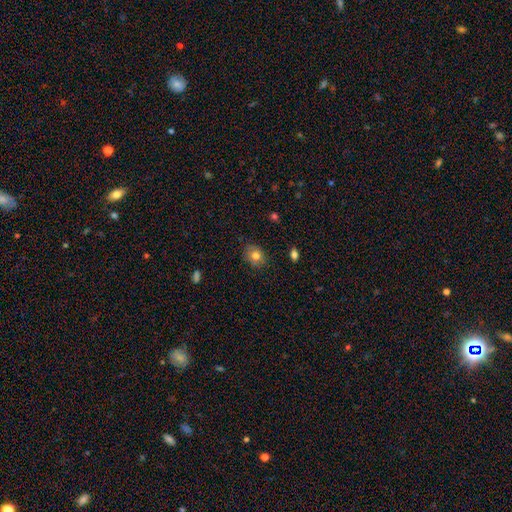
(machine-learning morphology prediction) Smooth or featured? Predicted: smooth (p=0.78). How rounded? Predicted: round (p=0.57). Merging? Predicted: none (p=0.81).